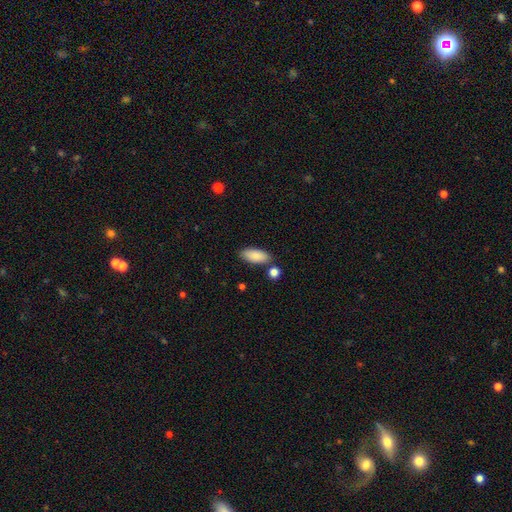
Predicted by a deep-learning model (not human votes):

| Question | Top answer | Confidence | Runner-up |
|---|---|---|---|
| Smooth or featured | smooth | 88% | star or artifact (6%) |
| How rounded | in between | 84% | cigar-shaped (14%) |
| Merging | none | 79% | minor disturbance (12%) |